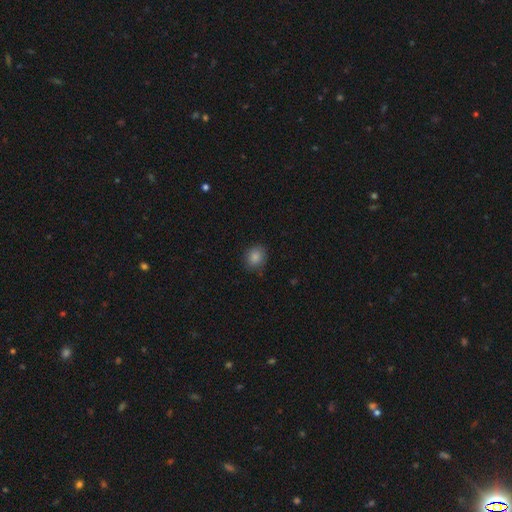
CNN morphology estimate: Smooth or featured? Predicted: smooth (p=0.83). How rounded? Predicted: round (p=0.71). Merging? Predicted: none (p=0.82).